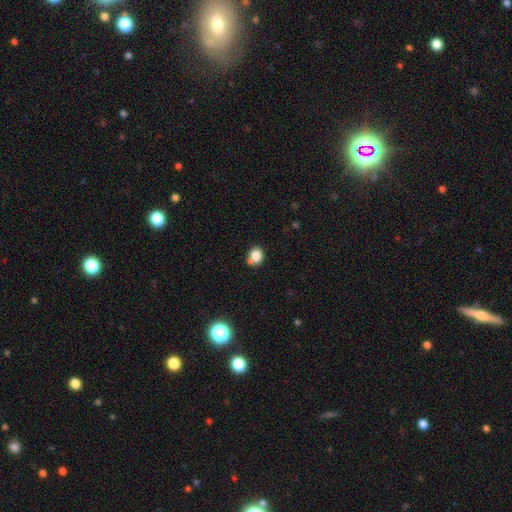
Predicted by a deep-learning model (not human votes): Overall: smooth (81%). How rounded: round (68%; in between 31%). Merging: none (62%).